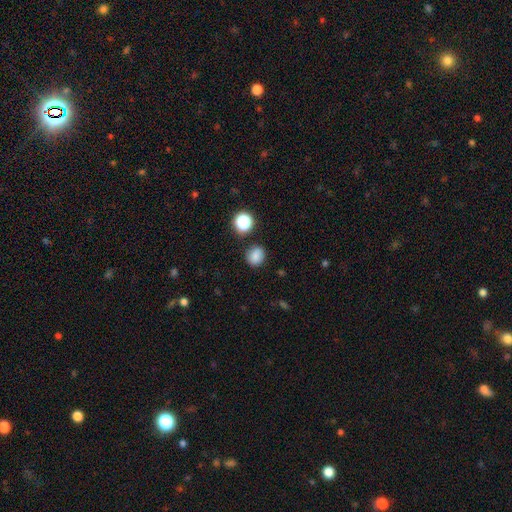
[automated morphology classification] The model was most divided on "how rounded": round: 73%, in between: 26%, cigar-shaped: 1%. More confident: merging — none (84%); smooth or featured — smooth (82%).